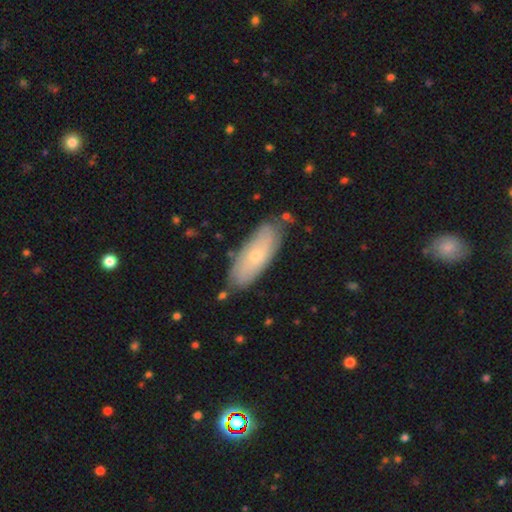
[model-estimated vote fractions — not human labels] smooth-or-featured: smooth: 51% | featured or disk: 43% | star or artifact: 6%
  how-rounded: in between: 74% | cigar-shaped: 24% | round: 2%
  merging: none: 77% | minor disturbance: 17% | major disturbance: 3% | merger: 3%